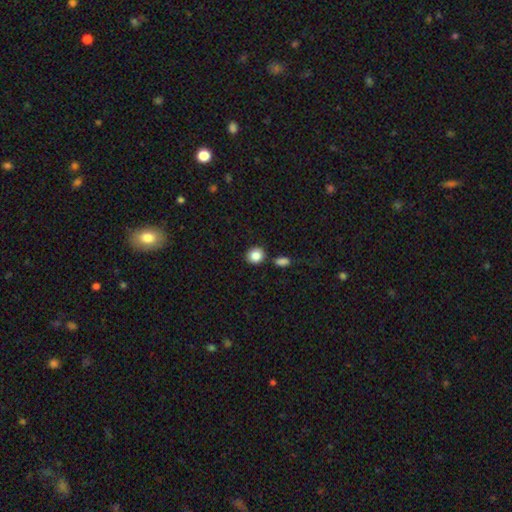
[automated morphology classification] Q: Smooth or featured?
A: smooth (86%); runner-up: star or artifact (9%)
Q: How rounded?
A: round (82%); runner-up: in between (17%)
Q: Merging?
A: none (82%); runner-up: minor disturbance (8%)